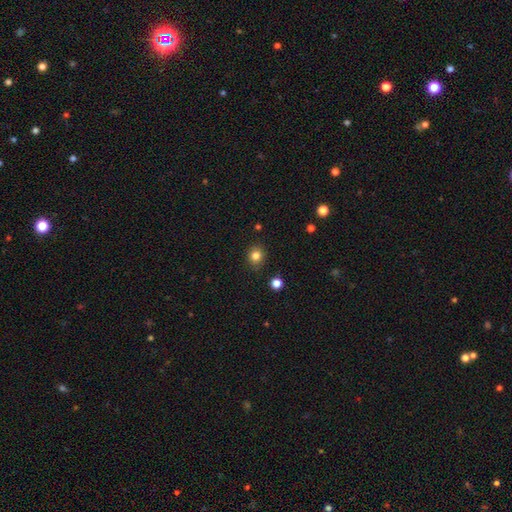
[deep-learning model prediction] Smooth or featured? smooth (82%)
How rounded? round (80%)
Merging? none (87%)